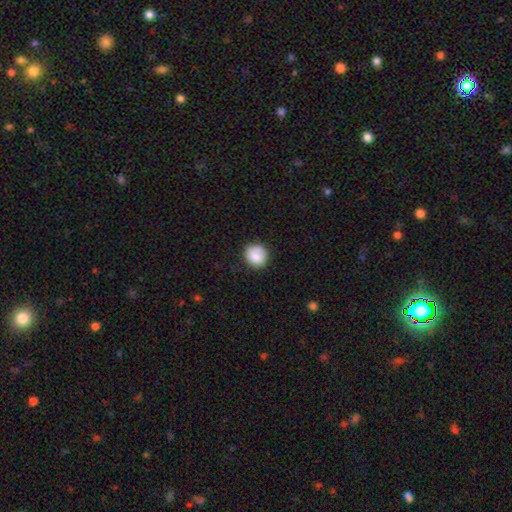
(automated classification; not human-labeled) A smooth galaxy with no disk features (85%) that is round (88%).

Vote fractions:
- Smooth or featured? smooth: 85% / featured or disk: 8% / star or artifact: 7%
- How rounded? round: 88% / in between: 11% / cigar-shaped: 1%
- Merging? none: 82% / minor disturbance: 14% / major disturbance: 3% / merger: 1%